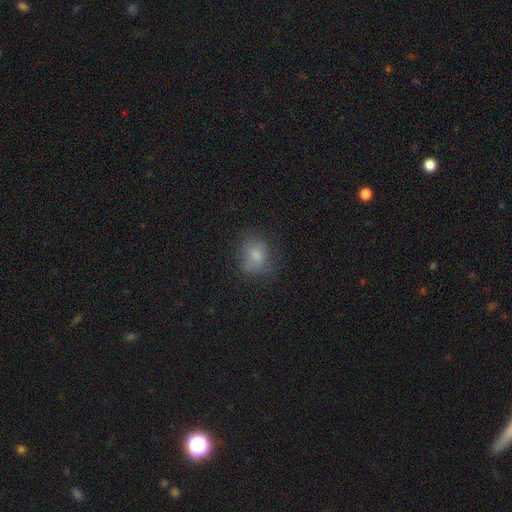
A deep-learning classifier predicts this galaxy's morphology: The model was most divided on "how rounded": round: 57%, in between: 42%, cigar-shaped: 1%. More confident: smooth or featured — smooth (72%); merging — none (59%).